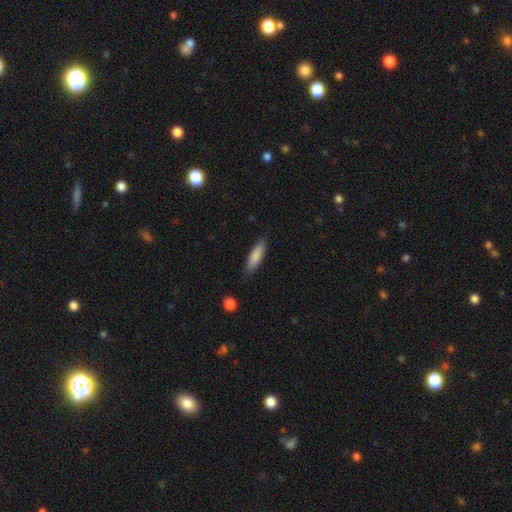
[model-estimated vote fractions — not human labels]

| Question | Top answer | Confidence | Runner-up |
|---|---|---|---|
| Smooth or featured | smooth | 83% | featured or disk (11%) |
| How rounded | cigar-shaped | 60% | in between (38%) |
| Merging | none | 84% | minor disturbance (13%) |